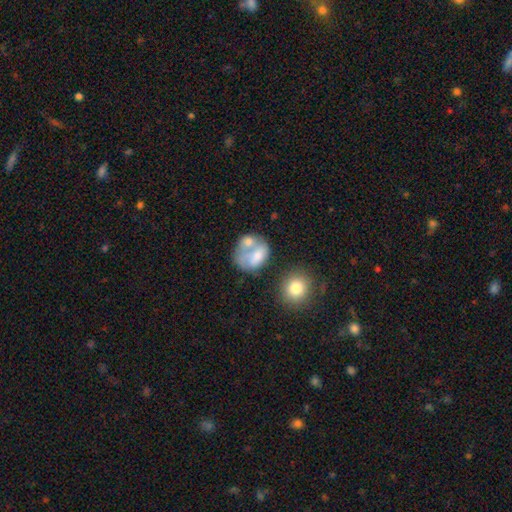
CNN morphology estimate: Smooth or featured: smooth — 57% (featured or disk — 34%)
How rounded: in between — 52% (round — 47%)
Merging: merger — 43% (none — 25%)